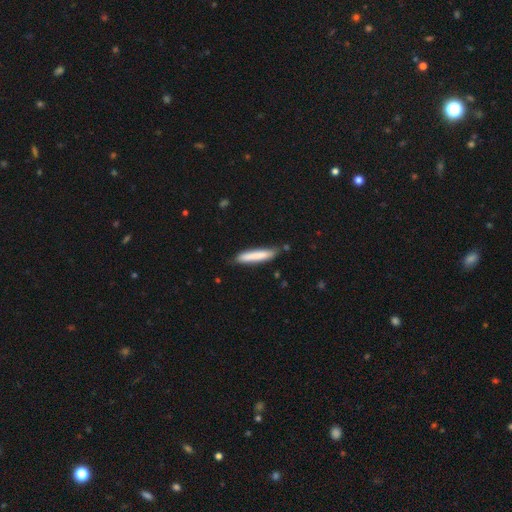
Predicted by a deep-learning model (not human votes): Smooth or featured?
  - smooth: 80% *
  - featured or disk: 15%
  - star or artifact: 5%
How rounded?
  - cigar-shaped: 90% *
  - in between: 8%
  - round: 1%
Merging?
  - none: 80% *
  - minor disturbance: 15%
  - major disturbance: 2%
  - merger: 2%